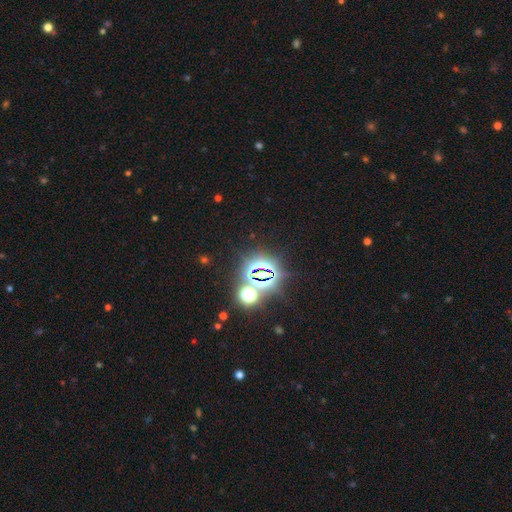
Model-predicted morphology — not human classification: A star or artifact, not a galaxy (79%).

Vote fractions:
- Smooth or featured? star or artifact: 79% / smooth: 13% / featured or disk: 9%